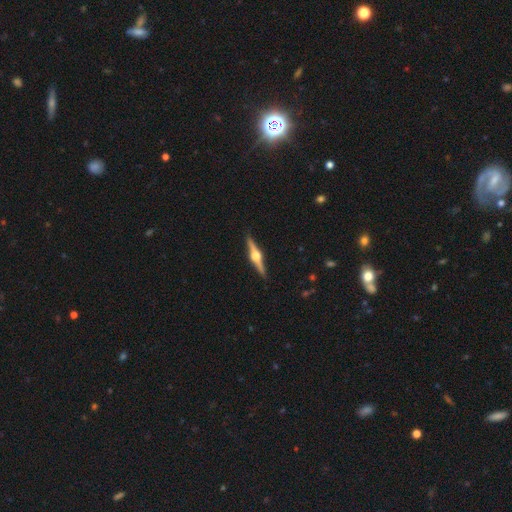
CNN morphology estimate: This appears to be a featured or disk galaxy (85%) viewed edge-on (98%) with a rounded central bulge (96%). Merging: none (92%).